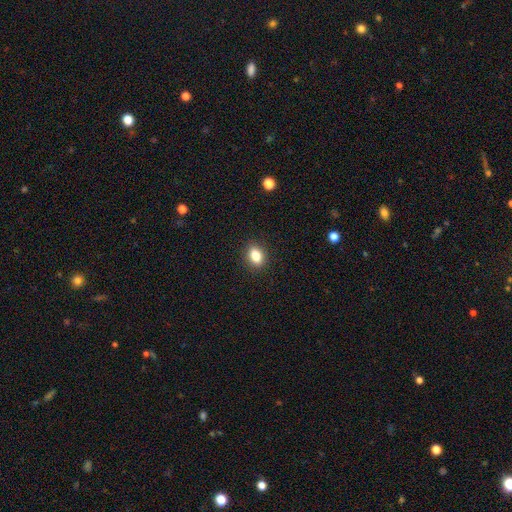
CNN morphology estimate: Q: Smooth or featured?
A: smooth (84%); runner-up: star or artifact (10%)
Q: How rounded?
A: in between (75%); runner-up: round (23%)
Q: Merging?
A: none (89%); runner-up: minor disturbance (8%)